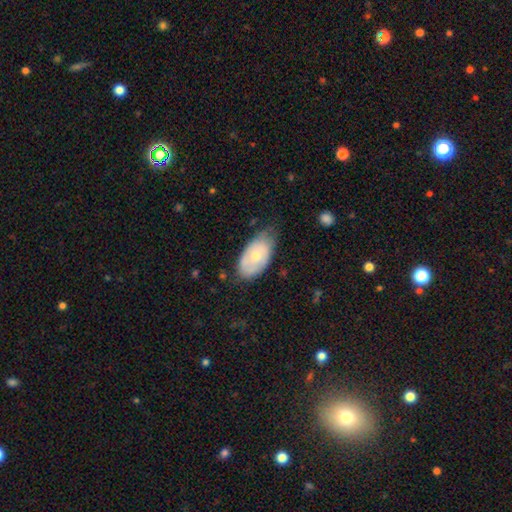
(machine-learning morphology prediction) Overall: smooth (58%; featured or disk 36%). How rounded: in between (93%). Merging: none (56%; minor disturbance 35%).